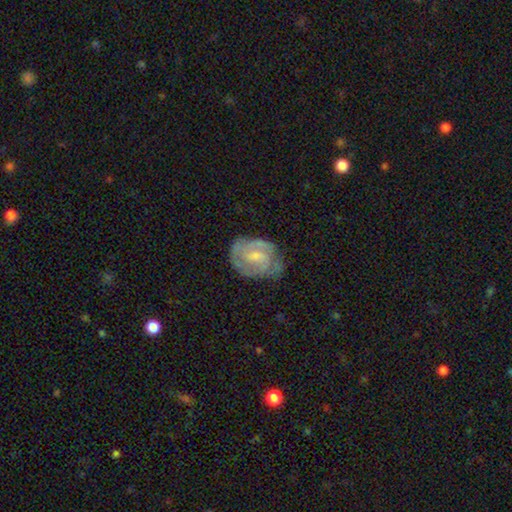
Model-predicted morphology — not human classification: Smooth or featured? Predicted: featured or disk (p=0.69). Edge-on disk? Predicted: no (p=0.97). Bar? Predicted: weak (p=0.52). Spiral arms? Predicted: yes (p=0.80). Spiral winding? Predicted: tight (p=0.51). Spiral arm count? Predicted: 2 (p=0.46). Bulge size? Predicted: small (p=0.52). Merging? Predicted: none (p=0.57).